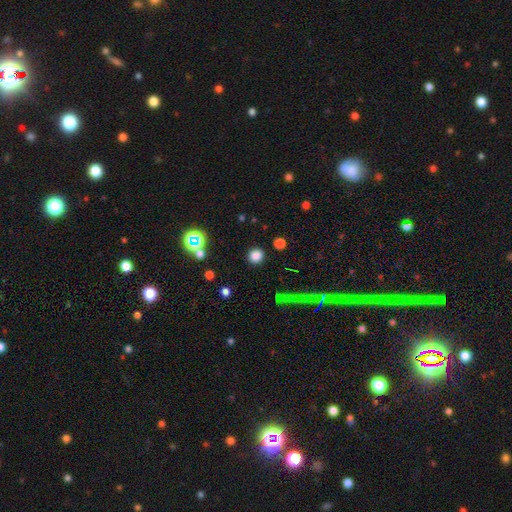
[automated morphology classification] Overall: smooth (80%). How rounded: round (89%). Merging: none (89%).